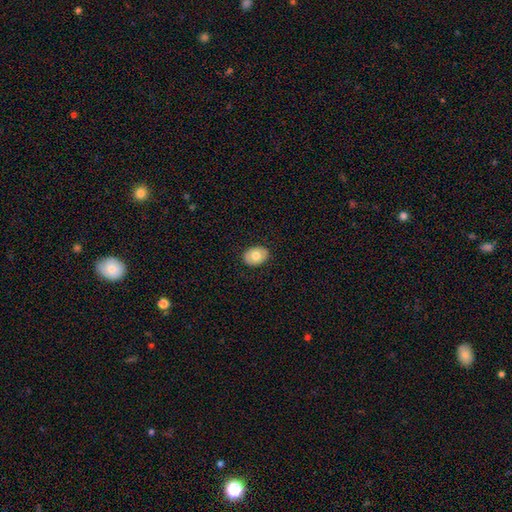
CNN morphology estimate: smooth-or-featured: smooth: 70% | featured or disk: 24% | star or artifact: 7%
  how-rounded: in between: 71% | round: 29% | cigar-shaped: 1%
  merging: none: 88% | minor disturbance: 9% | major disturbance: 2% | merger: 1%